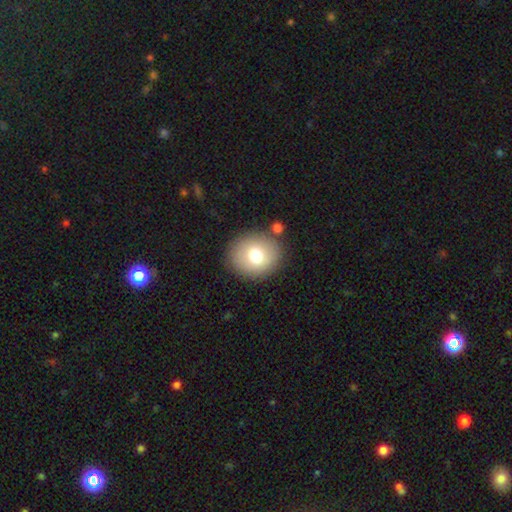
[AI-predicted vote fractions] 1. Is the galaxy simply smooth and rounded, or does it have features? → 74% smooth, 16% featured or disk, 9% star or artifact.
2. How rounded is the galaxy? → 78% round, 22% in between, 1% cigar-shaped.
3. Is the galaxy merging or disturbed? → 83% none, 9% minor disturbance, 4% merger, 3% major disturbance.